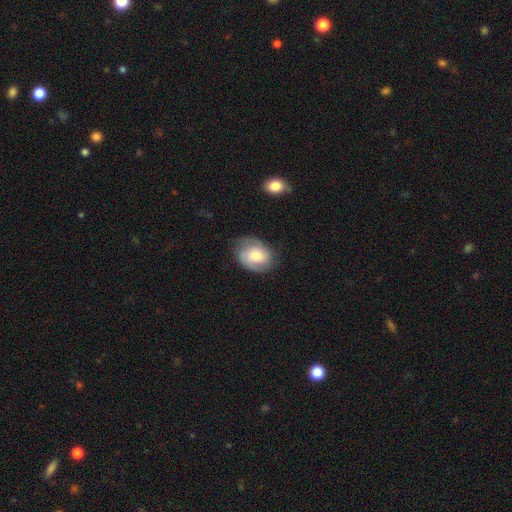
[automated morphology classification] This is possibly a featured or disk galaxy (51%). It is clearly not viewed edge-on (97%). Merging: likely none (68%).